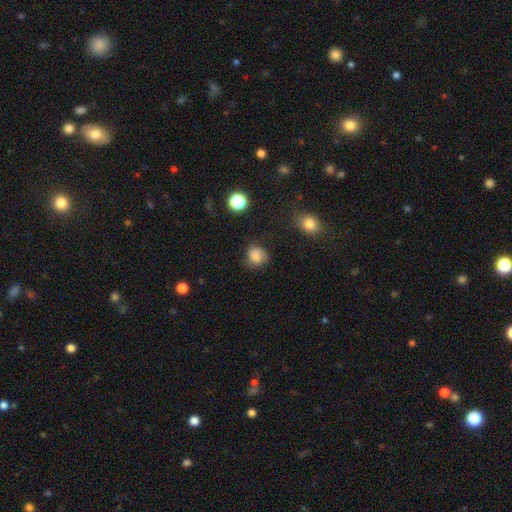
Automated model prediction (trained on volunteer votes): Smooth or featured?
  - smooth: 81% *
  - star or artifact: 11%
  - featured or disk: 7%
How rounded?
  - round: 73% *
  - in between: 26%
  - cigar-shaped: 1%
Merging?
  - none: 67% *
  - minor disturbance: 24%
  - major disturbance: 7%
  - merger: 2%